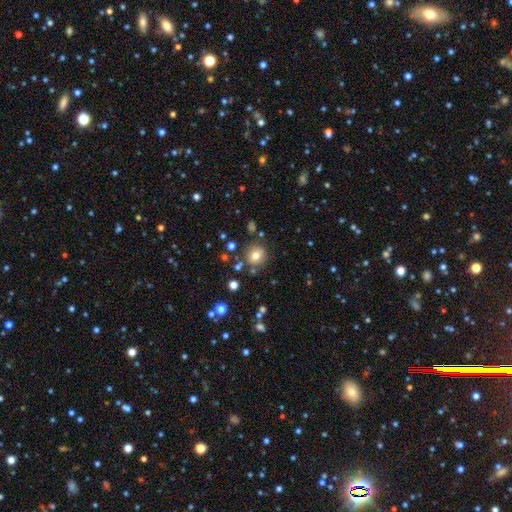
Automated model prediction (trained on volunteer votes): This appears to be a smooth galaxy with no disk features (75%) that is round (88%). Merging: none (80%).